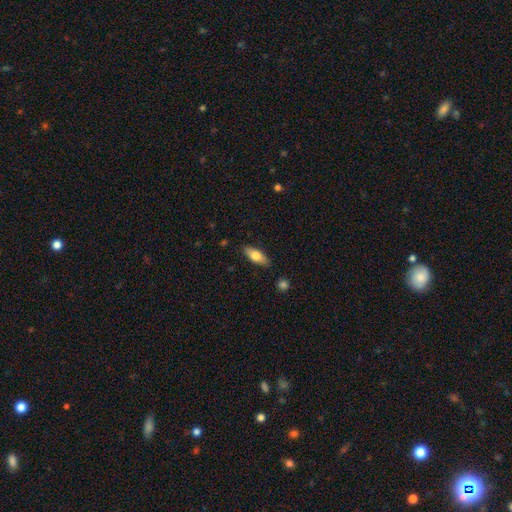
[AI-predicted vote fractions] smooth_or_featured: smooth (p=0.66) [alt: featured or disk p=0.27]
how_rounded: in between (p=0.68) [alt: cigar-shaped p=0.29]
merging: none (p=0.86) [alt: minor disturbance p=0.10]